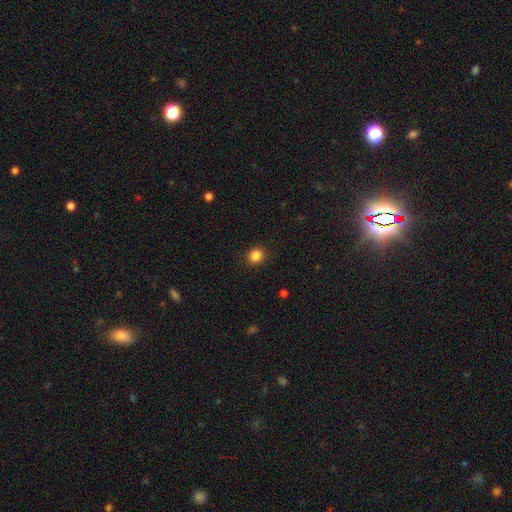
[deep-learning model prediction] This appears to be a smooth galaxy with no disk features (86%) that is round (85%). Merging: none (91%).